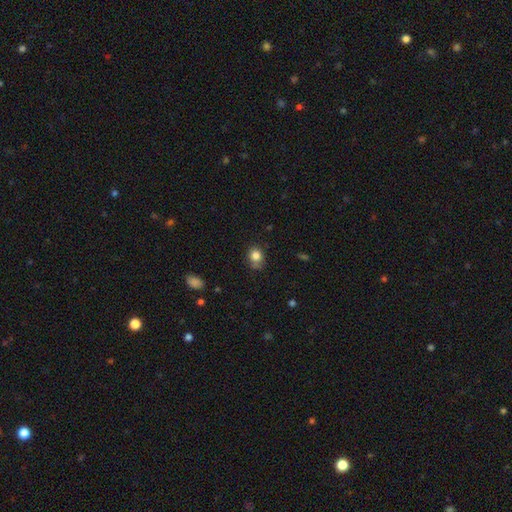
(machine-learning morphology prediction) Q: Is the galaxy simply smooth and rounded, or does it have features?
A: smooth — 82%.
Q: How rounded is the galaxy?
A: round — 71%.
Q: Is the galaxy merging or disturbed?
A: none — 65%.